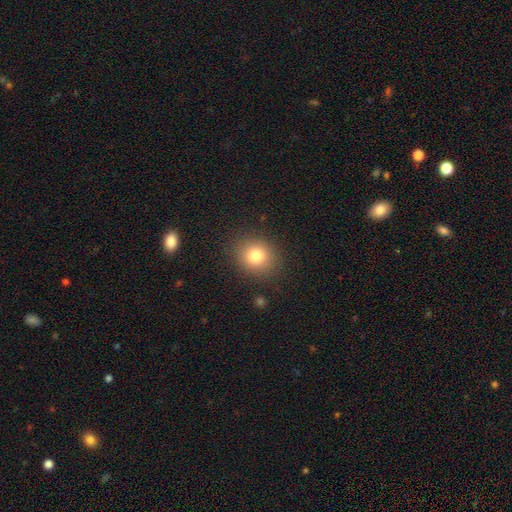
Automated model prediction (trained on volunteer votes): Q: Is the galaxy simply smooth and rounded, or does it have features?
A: smooth — 80%.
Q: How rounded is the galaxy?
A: round — 76%.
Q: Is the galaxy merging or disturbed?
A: none — 87%.